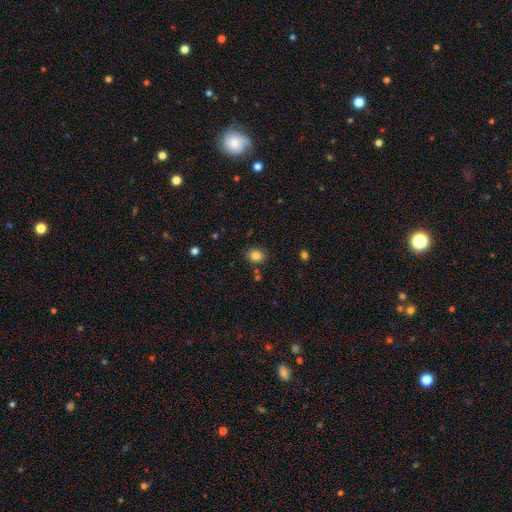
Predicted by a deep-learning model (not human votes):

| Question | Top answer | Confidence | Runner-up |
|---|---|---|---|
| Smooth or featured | smooth | 82% | star or artifact (11%) |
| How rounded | round | 56% | in between (43%) |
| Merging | none | 84% | minor disturbance (10%) |